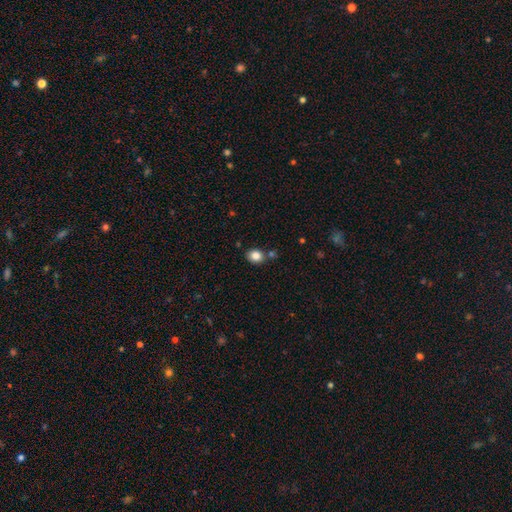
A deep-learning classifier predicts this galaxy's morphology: type=smooth (84%); roundness=round (54%); merging=none (77%).